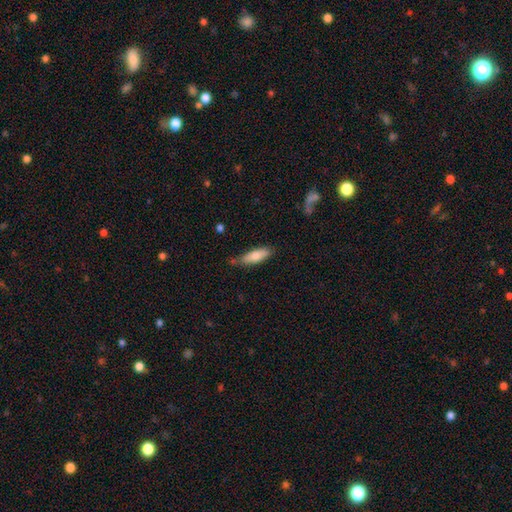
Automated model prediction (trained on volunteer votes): This is likely a smooth galaxy (77%). How rounded: possibly in between (53%). Merging: likely none (66%).